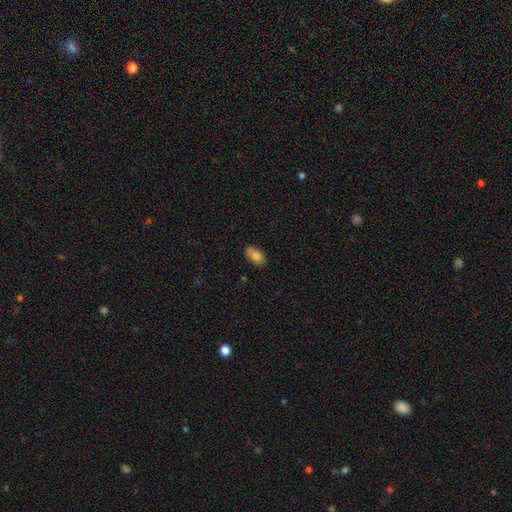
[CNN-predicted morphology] A smooth galaxy with no disk features (81%) that is in between round and cigar-shaped (92%). Merging: none (77%).